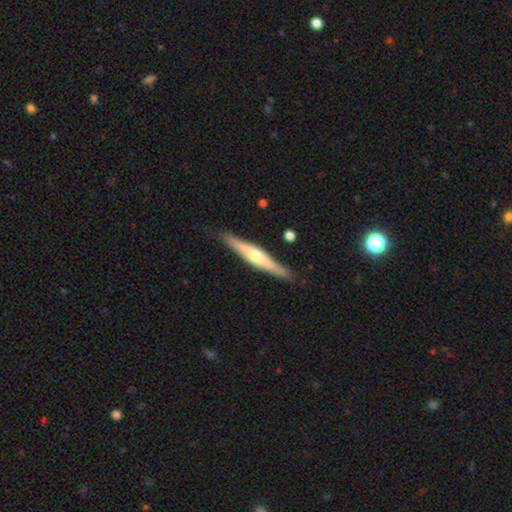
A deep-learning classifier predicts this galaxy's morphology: Smooth or featured?
  - featured or disk: 66% *
  - smooth: 28%
  - star or artifact: 5%
Edge-on disk?
  - yes: 95% *
  - no: 5%
Edge-on bulge?
  - rounded: 87% *
  - boxy: 7%
  - none: 6%
Merging?
  - none: 87% *
  - minor disturbance: 10%
  - major disturbance: 2%
  - merger: 2%